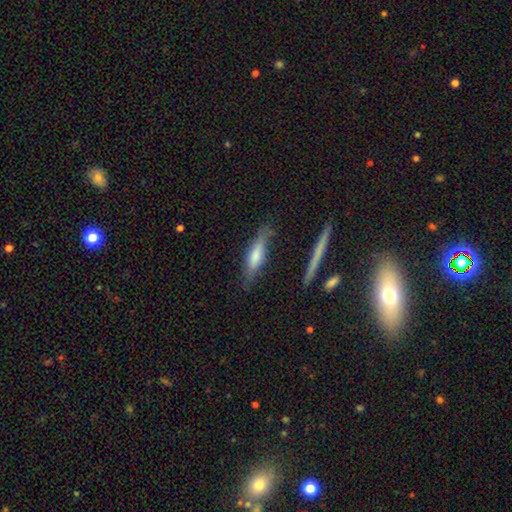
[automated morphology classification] smooth_or_featured: smooth (p=0.64) [alt: featured or disk p=0.30]
how_rounded: cigar-shaped (p=0.71) [alt: in between p=0.28]
merging: none (p=0.75) [alt: minor disturbance p=0.17]